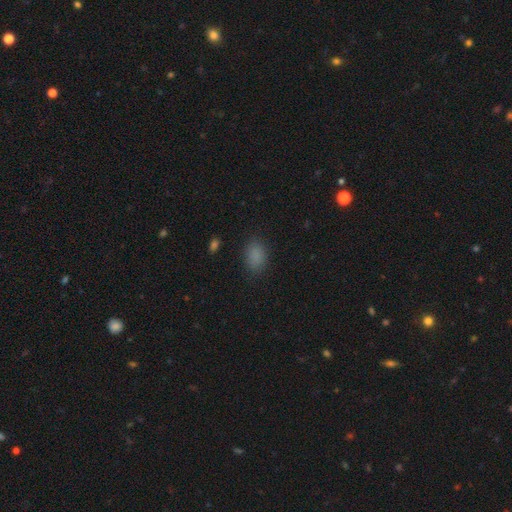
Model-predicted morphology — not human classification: Smooth or featured?
  - smooth: 85% *
  - star or artifact: 12%
  - featured or disk: 4%
How rounded?
  - in between: 78% *
  - round: 20%
  - cigar-shaped: 1%
Merging?
  - none: 85% *
  - minor disturbance: 11%
  - major disturbance: 3%
  - merger: 1%